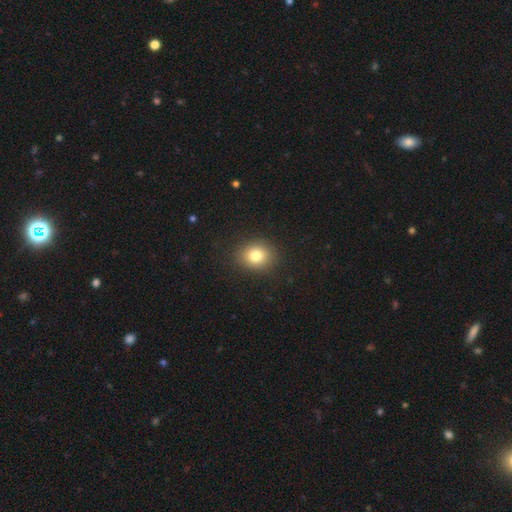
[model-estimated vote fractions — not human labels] A smooth galaxy with no disk features (80%) that is round (65%).

Vote fractions:
- Smooth or featured? smooth: 80% / star or artifact: 11% / featured or disk: 9%
- How rounded? round: 65% / in between: 34% / cigar-shaped: 1%
- Merging? none: 88% / minor disturbance: 8% / major disturbance: 3% / merger: 1%